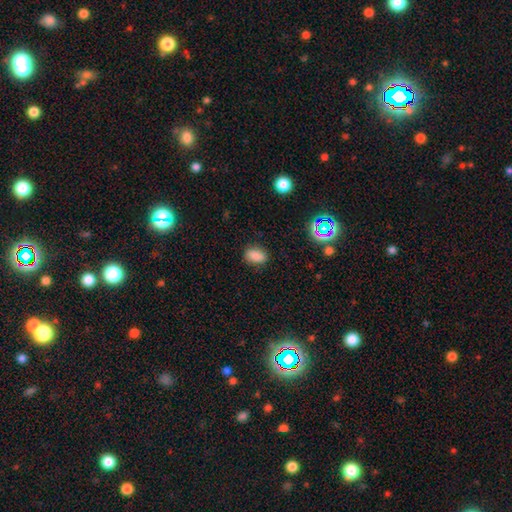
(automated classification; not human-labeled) Smooth or featured?
  - smooth: 84% *
  - star or artifact: 12%
  - featured or disk: 4%
How rounded?
  - in between: 85% *
  - round: 13%
  - cigar-shaped: 2%
Merging?
  - none: 85% *
  - minor disturbance: 11%
  - major disturbance: 3%
  - merger: 1%